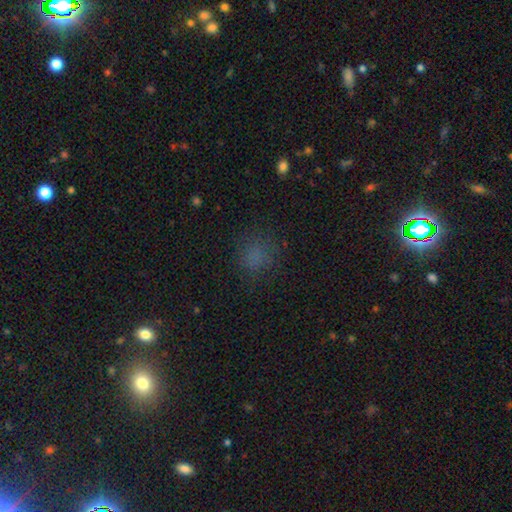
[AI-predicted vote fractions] The model was most divided on "smooth or featured": smooth: 69%, star or artifact: 23%, featured or disk: 7%. More confident: how rounded — round (78%); merging — none (76%).